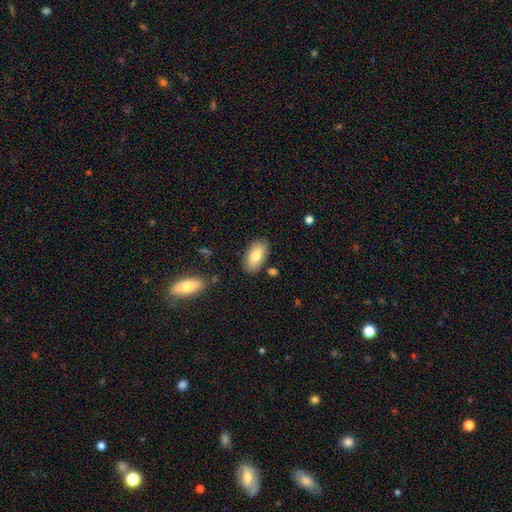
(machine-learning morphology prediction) Smooth or featured? Predicted: smooth (p=0.78). How rounded? Predicted: in between (p=0.92). Merging? Predicted: none (p=0.82).